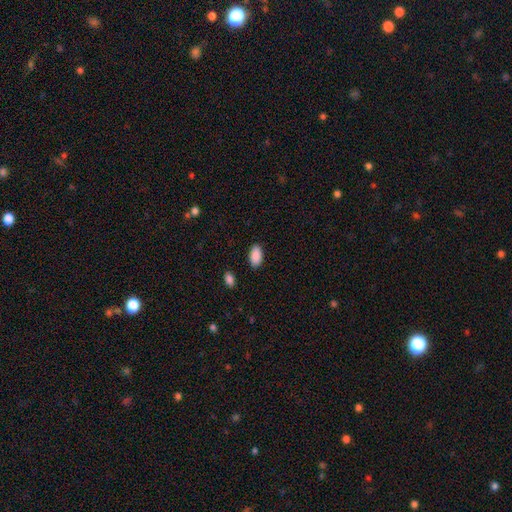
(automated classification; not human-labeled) This appears to be a smooth galaxy with no disk features (90%) that is in between round and cigar-shaped (94%). Merging: none (88%).